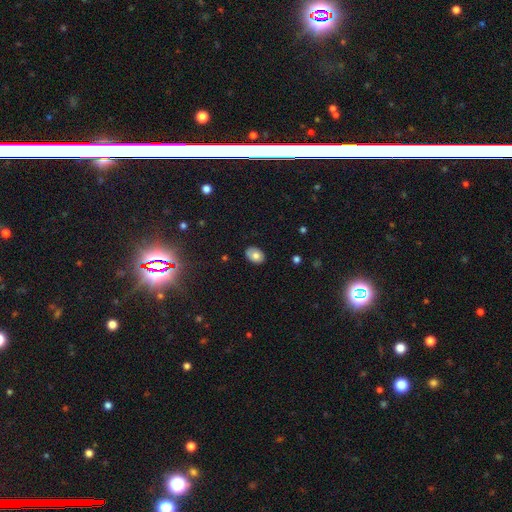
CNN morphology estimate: smooth_or_featured: smooth (p=0.75) [alt: featured or disk p=0.16]
how_rounded: in between (p=0.78) [alt: round p=0.21]
merging: none (p=0.83) [alt: minor disturbance p=0.13]